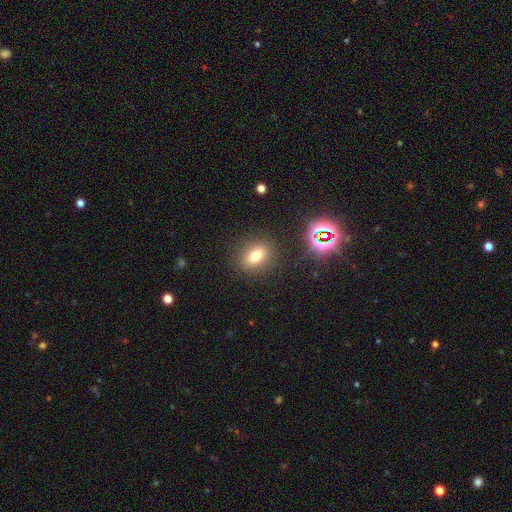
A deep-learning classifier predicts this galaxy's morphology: Smooth or featured?
  - smooth: 70% *
  - star or artifact: 17%
  - featured or disk: 13%
How rounded?
  - in between: 69% *
  - round: 27%
  - cigar-shaped: 4%
Merging?
  - none: 86% *
  - minor disturbance: 9%
  - major disturbance: 3%
  - merger: 2%